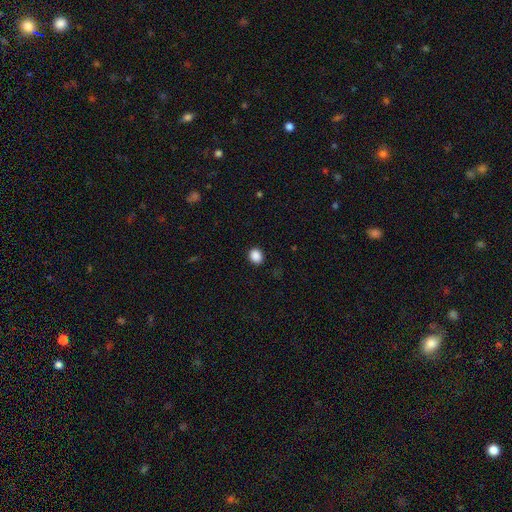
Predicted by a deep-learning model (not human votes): A smooth galaxy with no disk features (88%) that is round (65%). Merging: none (91%).